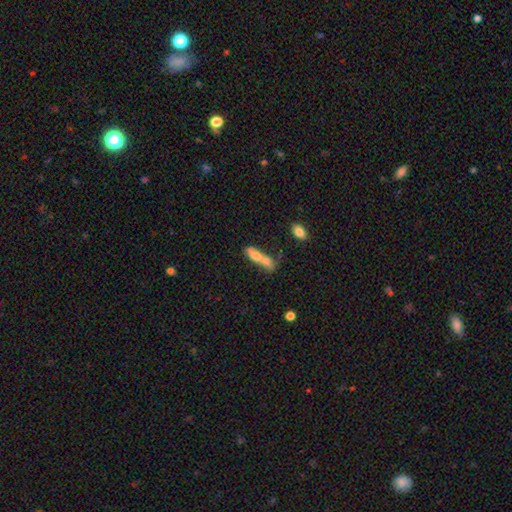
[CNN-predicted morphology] smooth_or_featured: smooth (p=0.65) [alt: featured or disk p=0.27]
how_rounded: cigar-shaped (p=0.63) [alt: in between p=0.34]
merging: merger (p=0.41) [alt: none p=0.32]